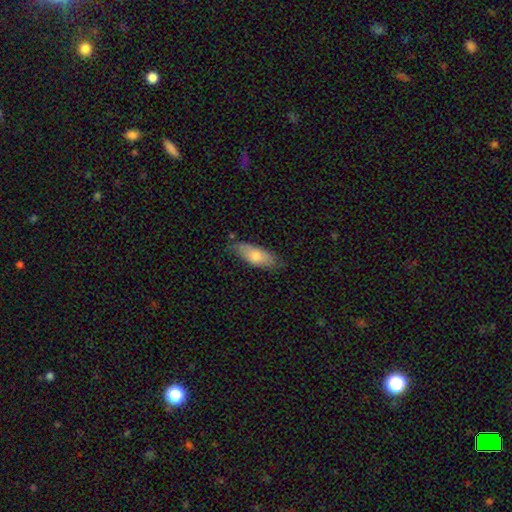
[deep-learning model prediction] Smooth or featured?
  - smooth: 72% *
  - featured or disk: 22%
  - star or artifact: 6%
How rounded?
  - in between: 79% *
  - cigar-shaped: 18%
  - round: 2%
Merging?
  - none: 66% *
  - minor disturbance: 27%
  - major disturbance: 5%
  - merger: 2%